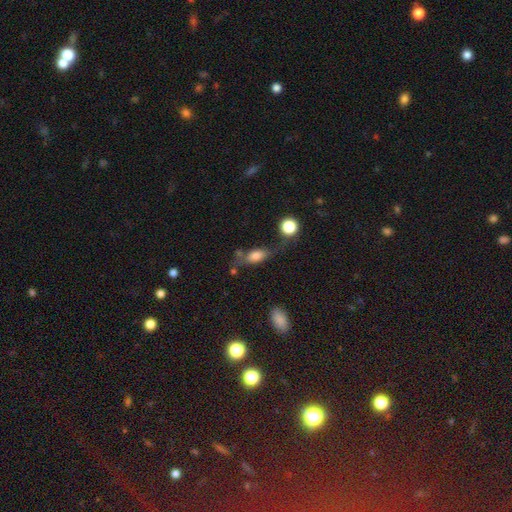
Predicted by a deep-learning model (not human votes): Smooth or featured: smooth — 71% (featured or disk — 19%)
How rounded: in between — 78% (cigar-shaped — 14%)
Merging: none — 47% (minor disturbance — 25%)